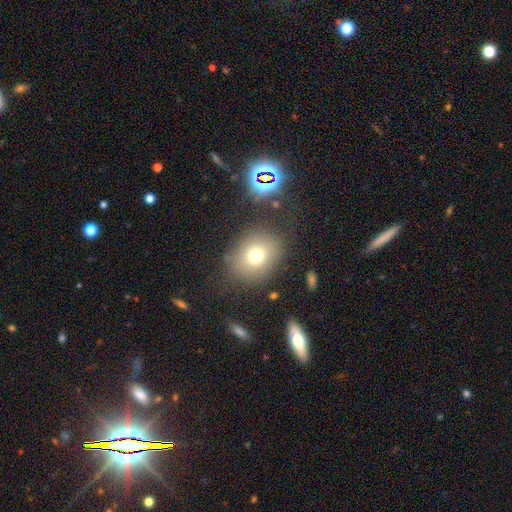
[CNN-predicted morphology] Smooth or featured? Predicted: smooth (p=0.72). How rounded? Predicted: round (p=0.57). Merging? Predicted: none (p=0.78).